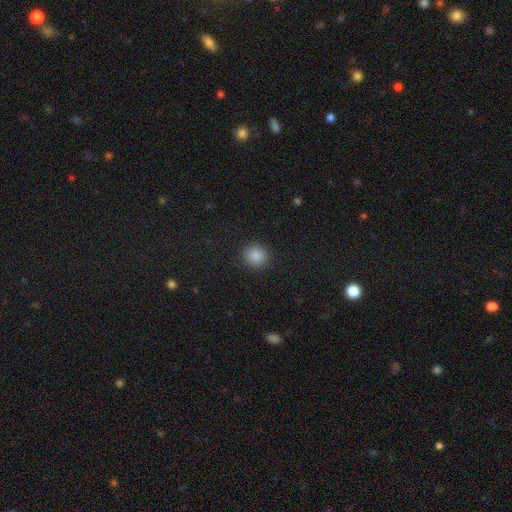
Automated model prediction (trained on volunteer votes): smooth-or-featured: smooth: 86% | star or artifact: 10% | featured or disk: 4%
  how-rounded: round: 89% | in between: 10% | cigar-shaped: 1%
  merging: none: 91% | minor disturbance: 6% | major disturbance: 2% | merger: 1%